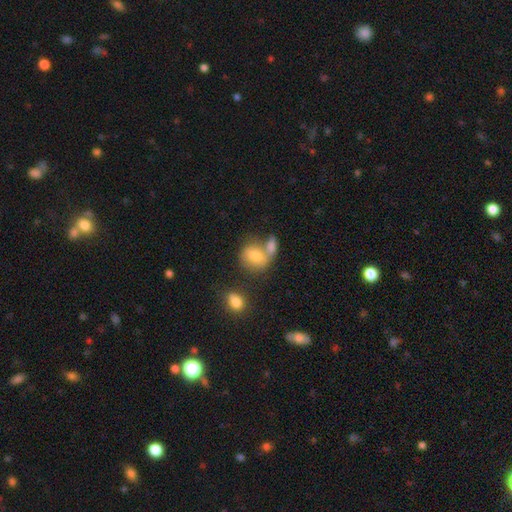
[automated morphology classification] This is likely a smooth galaxy (75%). How rounded: possibly round (53%). Merging: marginally merger (43%).